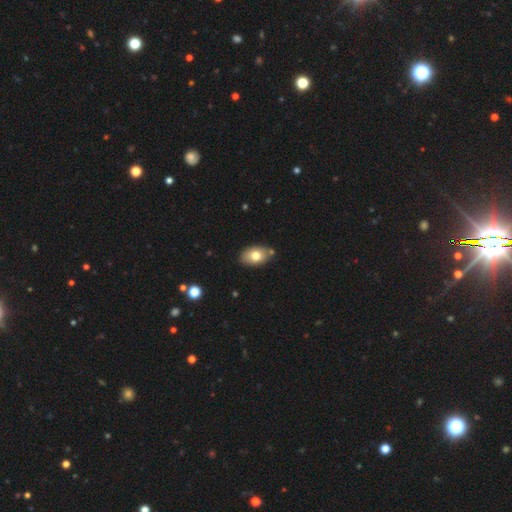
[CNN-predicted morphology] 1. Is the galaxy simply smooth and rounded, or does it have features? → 76% smooth, 16% featured or disk, 8% star or artifact.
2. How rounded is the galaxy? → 89% in between, 10% round, 1% cigar-shaped.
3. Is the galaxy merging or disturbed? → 77% none, 15% minor disturbance, 6% merger, 3% major disturbance.